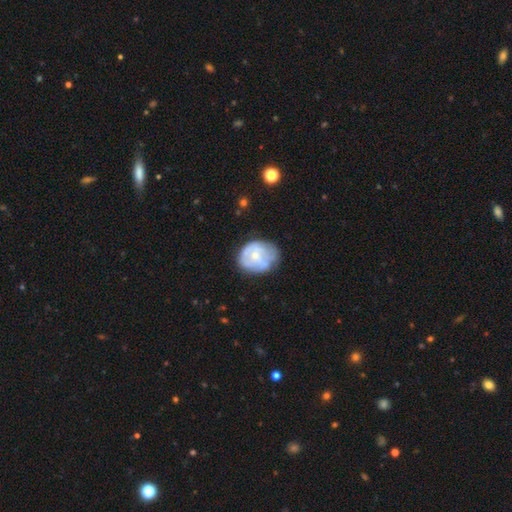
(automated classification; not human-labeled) This appears to be a featured or disk galaxy (50%). Merging: none (53%).